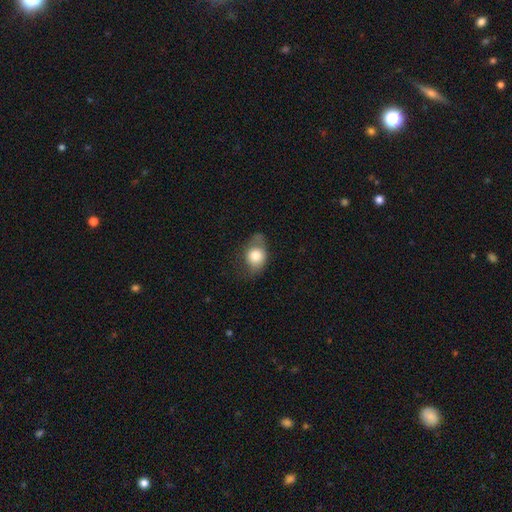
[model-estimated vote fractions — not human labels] Morphology: type=smooth (75%); roundness=in between (54%); merging=none (46%).